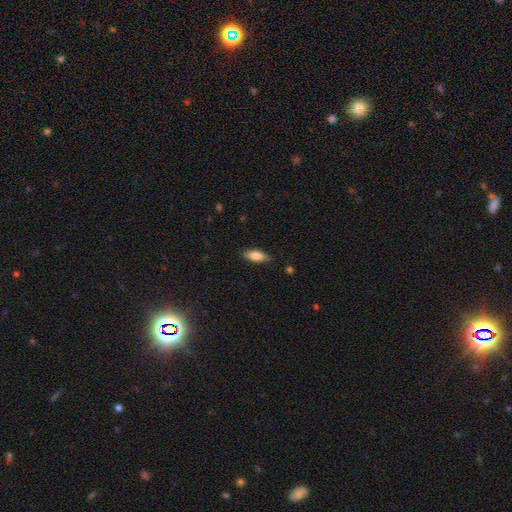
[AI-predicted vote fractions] smooth-or-featured: smooth: 77% | featured or disk: 16% | star or artifact: 6%
  how-rounded: in between: 70% | cigar-shaped: 27% | round: 2%
  merging: none: 85% | minor disturbance: 12% | major disturbance: 2% | merger: 1%